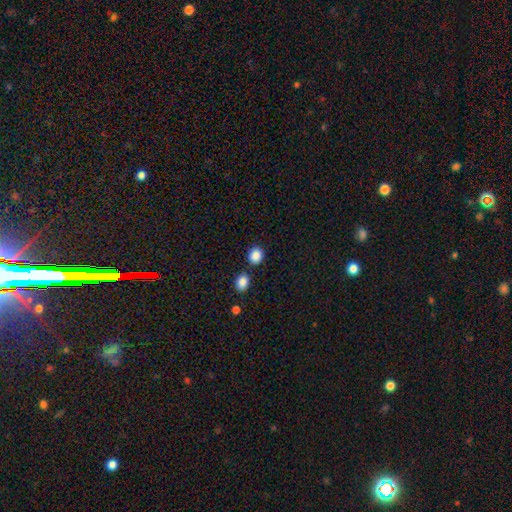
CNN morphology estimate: smooth 87%, star or artifact 9%, featured or disk 3%. Down the decision tree: how rounded — round (72%); merging — none (80%).